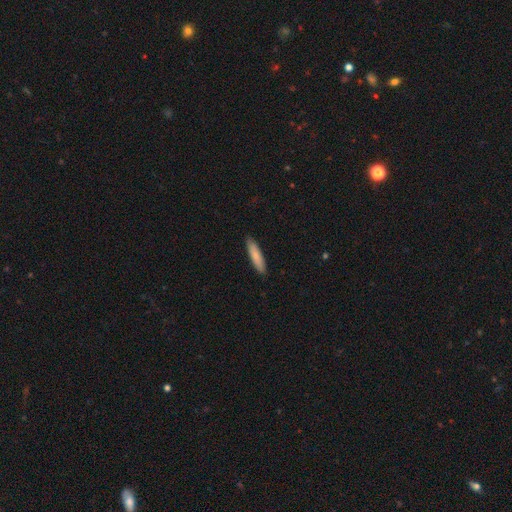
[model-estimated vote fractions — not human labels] Morphology: type=smooth (81%); roundness=cigar-shaped (79%); merging=none (89%).